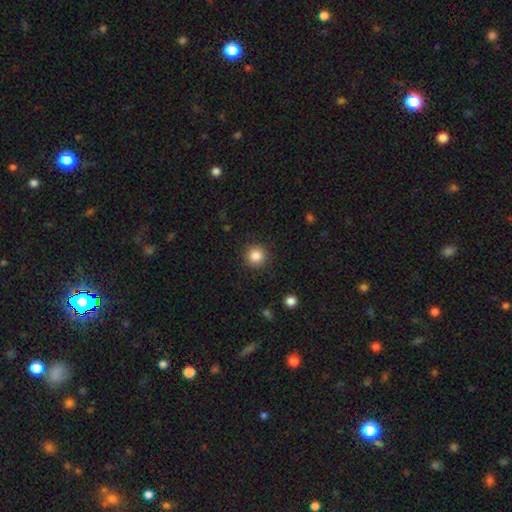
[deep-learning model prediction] smooth-or-featured: smooth: 85% | star or artifact: 11% | featured or disk: 4%
  how-rounded: round: 94% | in between: 5% | cigar-shaped: 1%
  merging: none: 91% | minor disturbance: 6% | major disturbance: 2% | merger: 1%